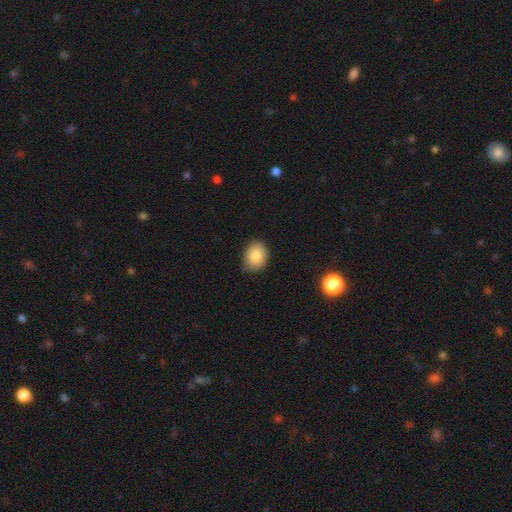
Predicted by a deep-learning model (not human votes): smooth_or_featured: smooth (p=0.85) [alt: star or artifact p=0.09]
how_rounded: in between (p=0.55) [alt: round p=0.44]
merging: none (p=0.79) [alt: minor disturbance p=0.17]